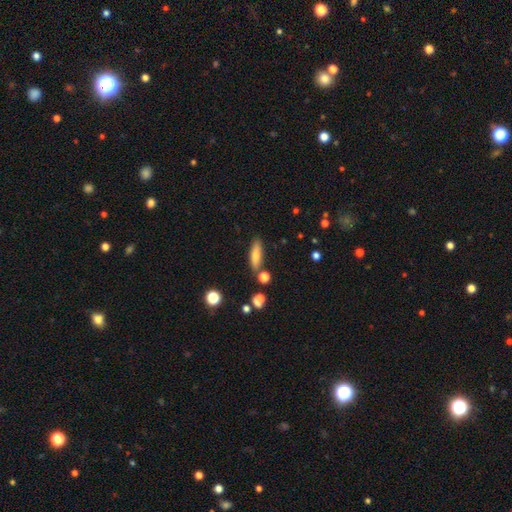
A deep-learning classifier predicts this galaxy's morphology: This is likely a smooth galaxy (75%). How rounded: possibly cigar-shaped (54%). Merging: likely none (78%).